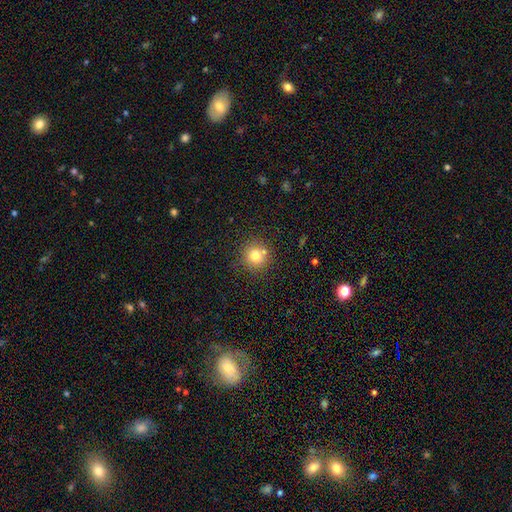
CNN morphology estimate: smooth_or_featured: smooth (p=0.77) [alt: star or artifact p=0.13]
how_rounded: round (p=0.91) [alt: in between p=0.08]
merging: none (p=0.74) [alt: merger p=0.13]